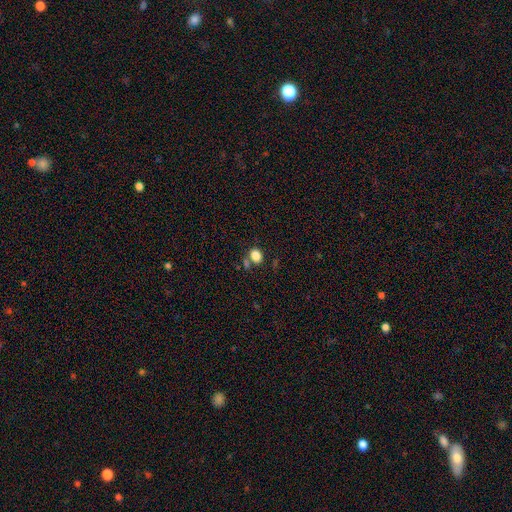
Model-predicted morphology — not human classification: Smooth or featured? smooth (82%)
How rounded? round (52%)
Merging? none (67%)